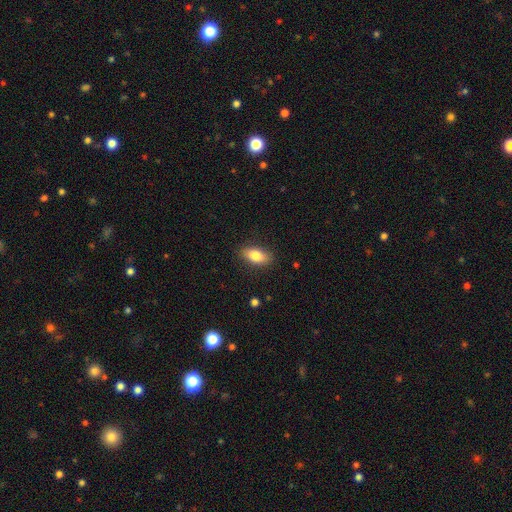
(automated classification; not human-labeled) Overall: smooth (83%). How rounded: in between (88%). Merging: none (86%).